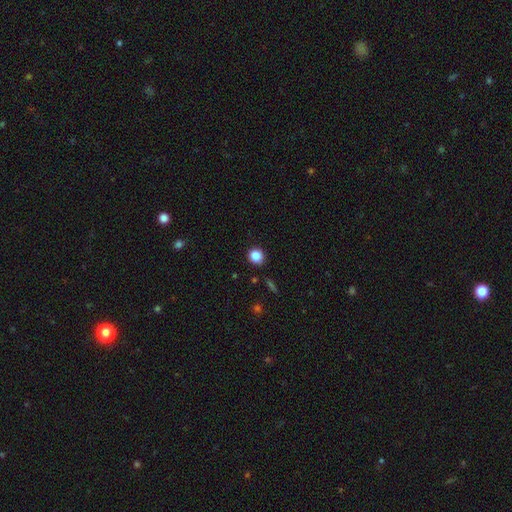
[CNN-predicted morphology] Smooth or featured? smooth (86%)
How rounded? round (87%)
Merging? none (89%)